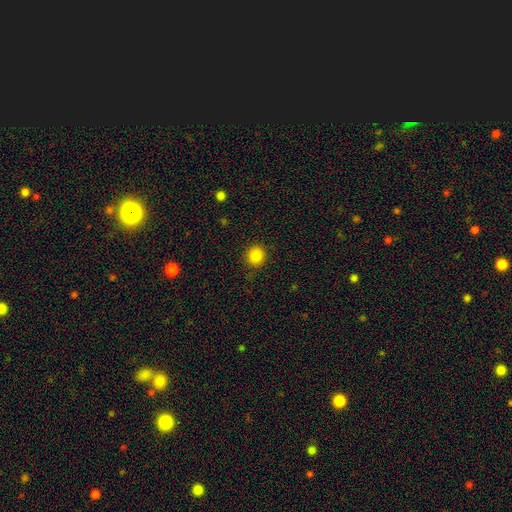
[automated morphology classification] Smooth or featured: smooth — 86% (star or artifact — 10%)
How rounded: round — 90% (in between — 9%)
Merging: none — 89% (minor disturbance — 7%)